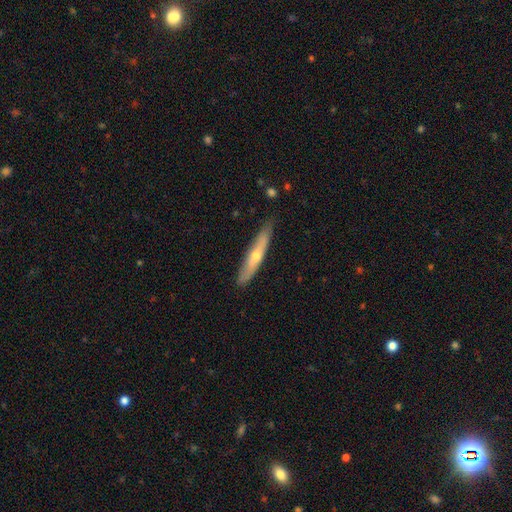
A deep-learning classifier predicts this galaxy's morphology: Smooth or featured?
  - featured or disk: 55% *
  - smooth: 39%
  - star or artifact: 6%
Edge-on disk?
  - yes: 86% *
  - no: 14%
Merging?
  - none: 85% *
  - minor disturbance: 12%
  - major disturbance: 2%
  - merger: 1%